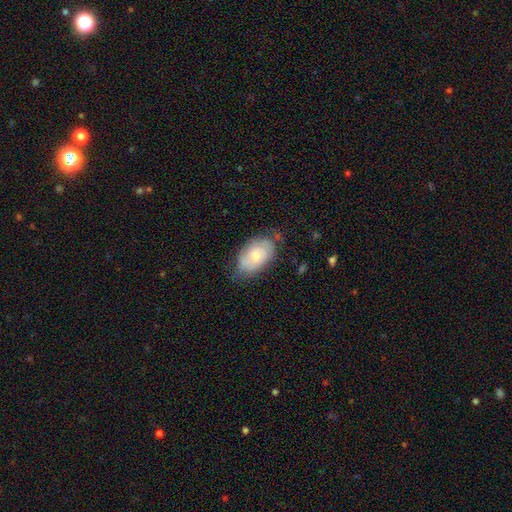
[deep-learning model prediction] Smooth or featured: smooth — 55% (featured or disk — 38%)
How rounded: in between — 90% (round — 8%)
Merging: none — 63% (minor disturbance — 28%)